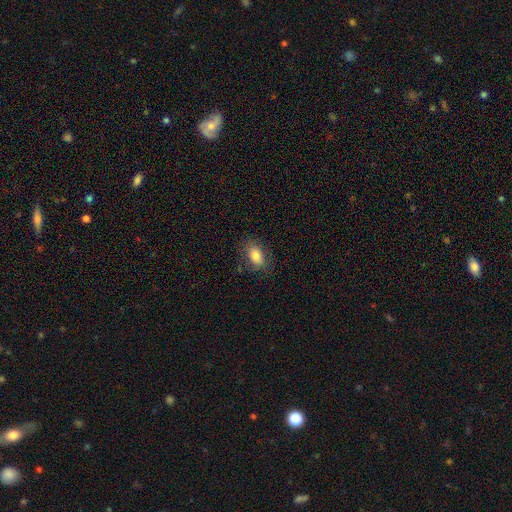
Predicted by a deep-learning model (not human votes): smooth 79%, featured or disk 12%, star or artifact 8%. Down the decision tree: how rounded — in between (87%); merging — none (80%).